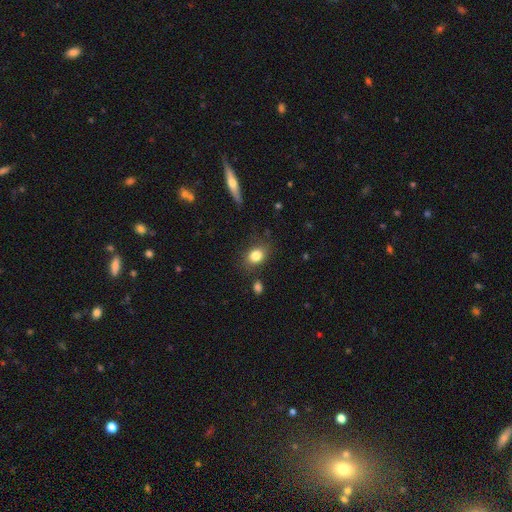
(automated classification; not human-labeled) smooth 83%, star or artifact 9%, featured or disk 8%. Down the decision tree: how rounded — in between (60%); merging — none (78%).